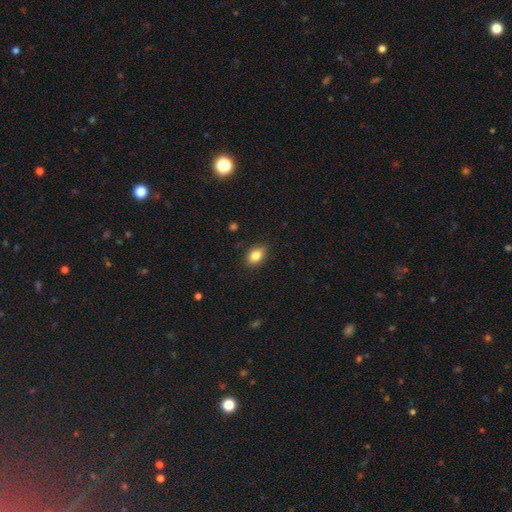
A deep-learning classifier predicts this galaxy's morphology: A smooth galaxy with no disk features (83%) that is in between round and cigar-shaped (73%). Merging: none (85%).